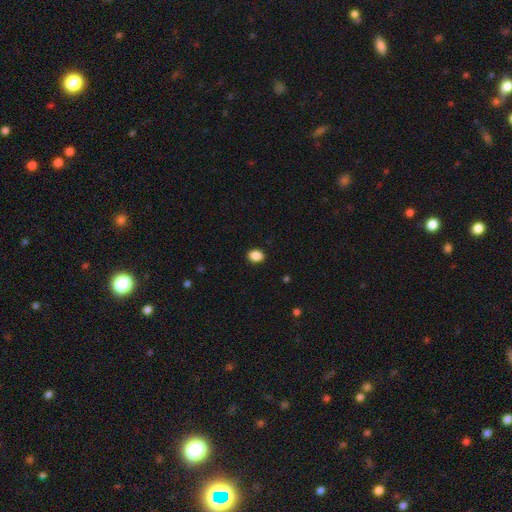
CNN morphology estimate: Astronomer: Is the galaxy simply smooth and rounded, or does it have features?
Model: smooth — 88%.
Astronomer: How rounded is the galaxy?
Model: in between — 66%.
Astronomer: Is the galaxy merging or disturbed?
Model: none — 91%.